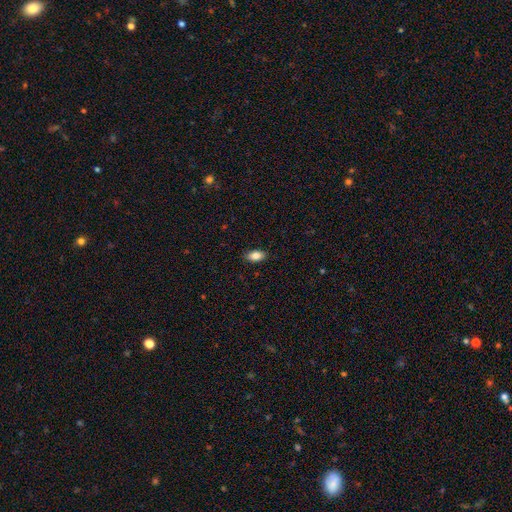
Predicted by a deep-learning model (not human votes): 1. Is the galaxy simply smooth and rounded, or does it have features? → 85% smooth, 8% featured or disk, 8% star or artifact.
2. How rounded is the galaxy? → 91% in between, 5% cigar-shaped, 4% round.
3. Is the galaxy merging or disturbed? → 88% none, 9% minor disturbance, 2% major disturbance, 1% merger.